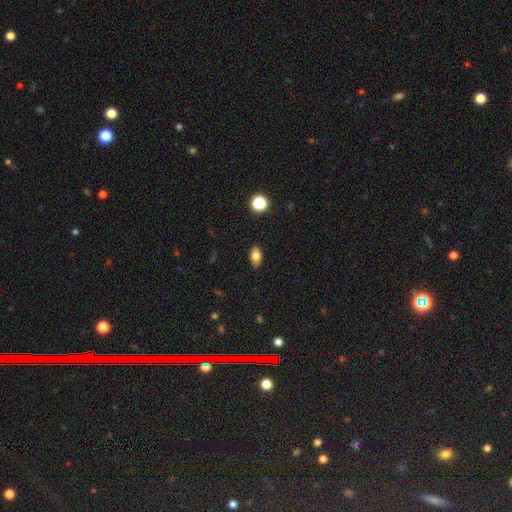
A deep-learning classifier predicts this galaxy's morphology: The model was most divided on "smooth or featured": smooth: 80%, star or artifact: 10%, featured or disk: 9%. More confident: merging — none (88%); how rounded — in between (87%).